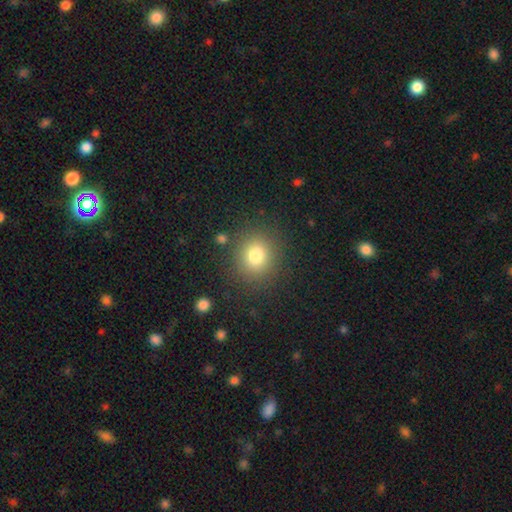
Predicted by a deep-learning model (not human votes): The model was most divided on "smooth or featured": smooth: 79%, star or artifact: 13%, featured or disk: 8%. More confident: merging — none (86%); how rounded — round (84%).